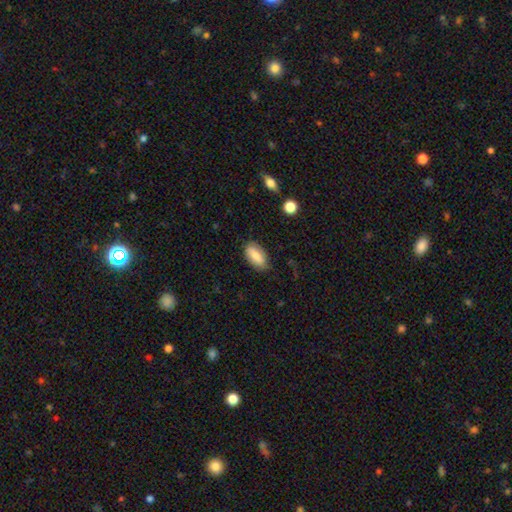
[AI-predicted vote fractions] smooth_or_featured: smooth (p=0.80) [alt: featured or disk p=0.13]
how_rounded: in between (p=0.88) [alt: cigar-shaped p=0.09]
merging: none (p=0.83) [alt: minor disturbance p=0.13]